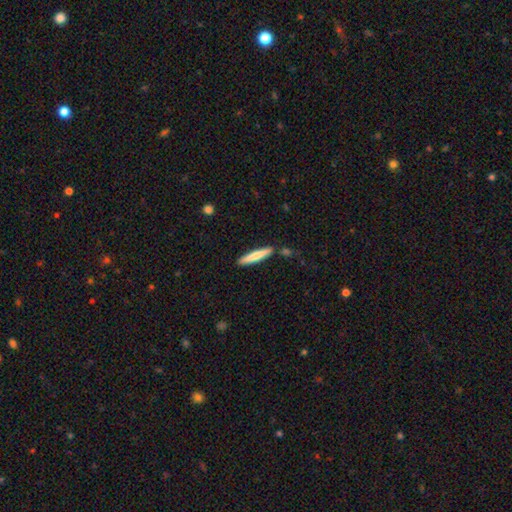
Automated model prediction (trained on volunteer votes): smooth_or_featured: smooth (p=0.67) [alt: featured or disk p=0.28]
how_rounded: cigar-shaped (p=0.92) [alt: in between p=0.07]
merging: none (p=0.87) [alt: minor disturbance p=0.08]